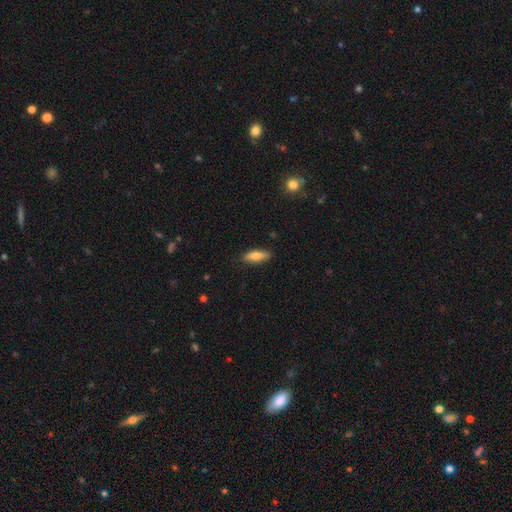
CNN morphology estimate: A smooth galaxy with no disk features (74%) that is in between round and cigar-shaped (52%).

Vote fractions:
- Smooth or featured? smooth: 74% / featured or disk: 20% / star or artifact: 6%
- How rounded? in between: 52% / cigar-shaped: 45% / round: 2%
- Merging? none: 85% / minor disturbance: 12% / major disturbance: 2% / merger: 1%